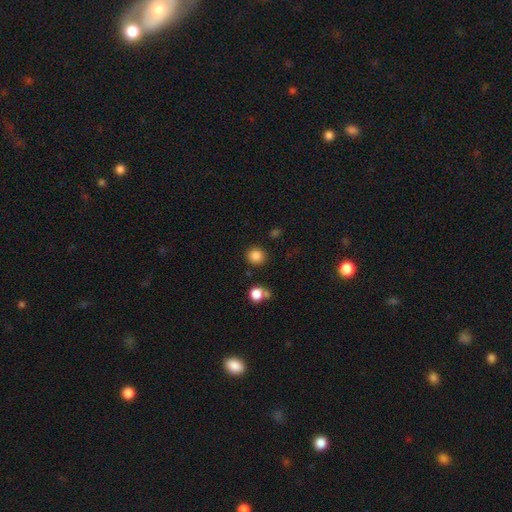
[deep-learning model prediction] Morphology: type=smooth (85%); roundness=round (89%); merging=none (86%).